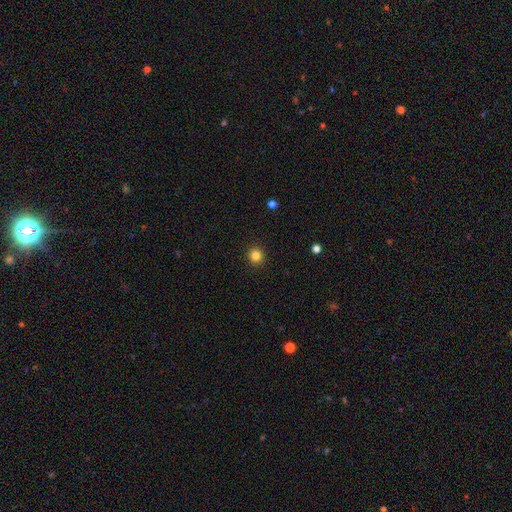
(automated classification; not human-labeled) smooth 83%, star or artifact 13%, featured or disk 5%. Down the decision tree: how rounded — round (94%); merging — none (93%).